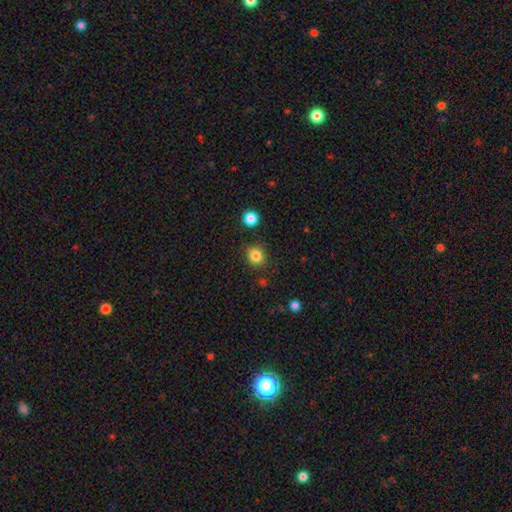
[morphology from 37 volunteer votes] smooth 89%, featured or disk 5%, star or artifact 5%. Down the decision tree: how rounded — round (91%); merging — none (83%).